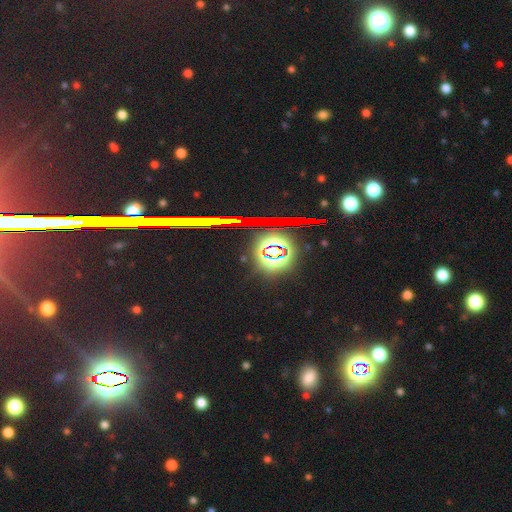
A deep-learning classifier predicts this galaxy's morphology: Q: Smooth or featured?
A: star or artifact (80%); runner-up: smooth (10%)